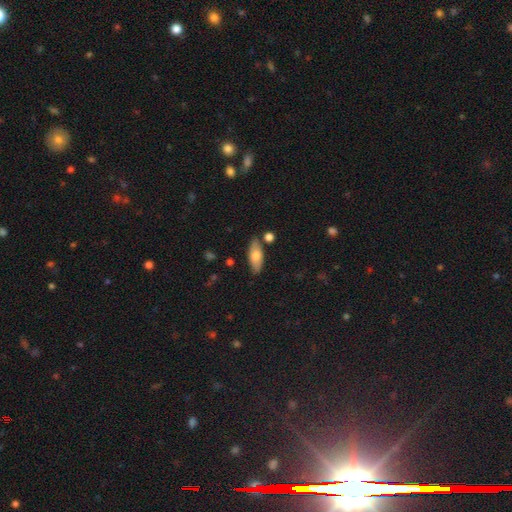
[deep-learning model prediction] smooth 72%, featured or disk 22%, star or artifact 6%. Down the decision tree: how rounded — in between (74%); merging — none (79%).